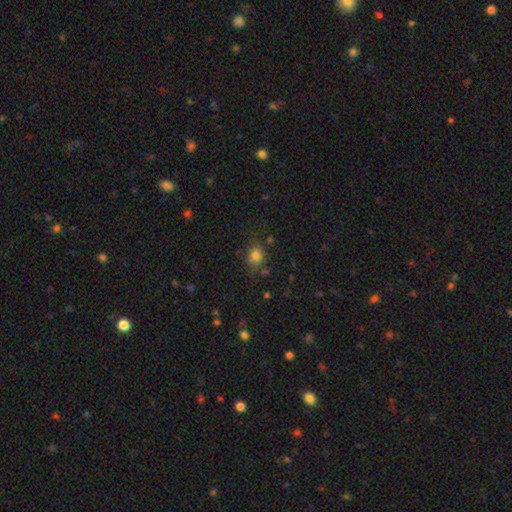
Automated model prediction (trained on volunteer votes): Morphology: type=smooth (79%); roundness=round (63%); merging=none (73%).